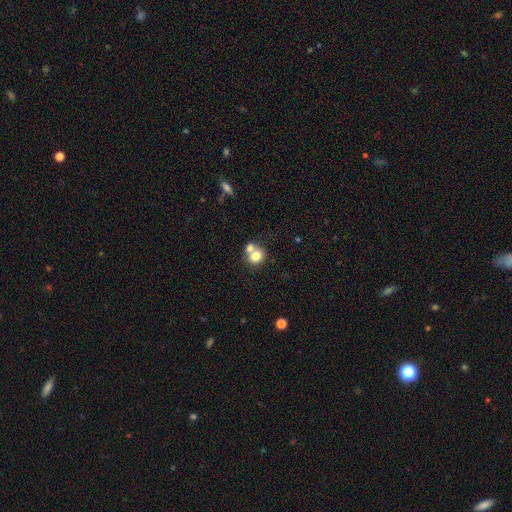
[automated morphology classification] Smooth or featured? Predicted: smooth (p=0.75). How rounded? Predicted: round (p=0.74). Merging? Predicted: merger (p=0.49).